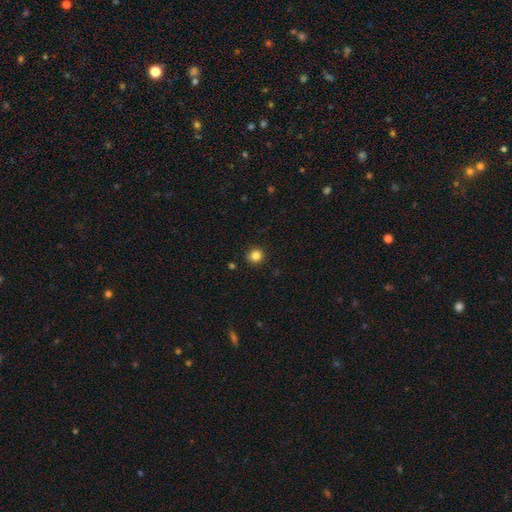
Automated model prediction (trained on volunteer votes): A smooth galaxy with no disk features (84%) that is round (90%).

Vote fractions:
- Smooth or featured? smooth: 84% / star or artifact: 12% / featured or disk: 5%
- How rounded? round: 90% / in between: 10% / cigar-shaped: 1%
- Merging? none: 90% / minor disturbance: 7% / major disturbance: 2% / merger: 1%